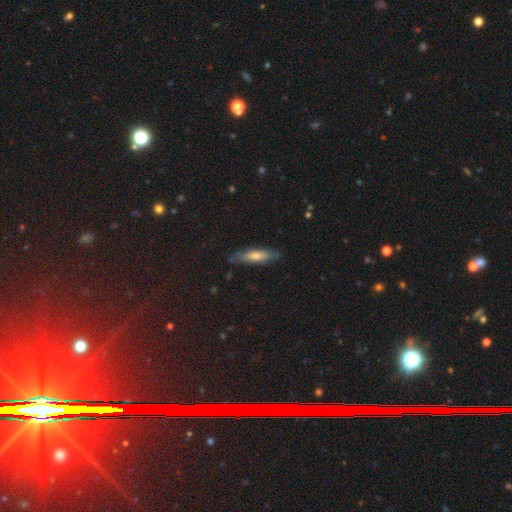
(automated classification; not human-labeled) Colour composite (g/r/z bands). It shows a smooth galaxy with no disk features (51%) that is cigar-shaped (69%). Merging: none (80%).